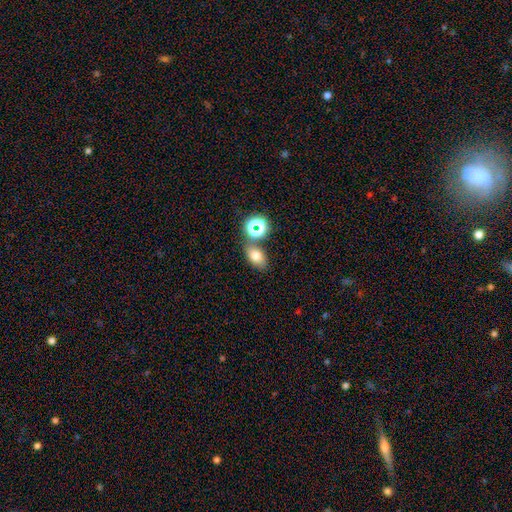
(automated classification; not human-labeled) Overall: smooth (72%). How rounded: in between (77%). Merging: none (69%).